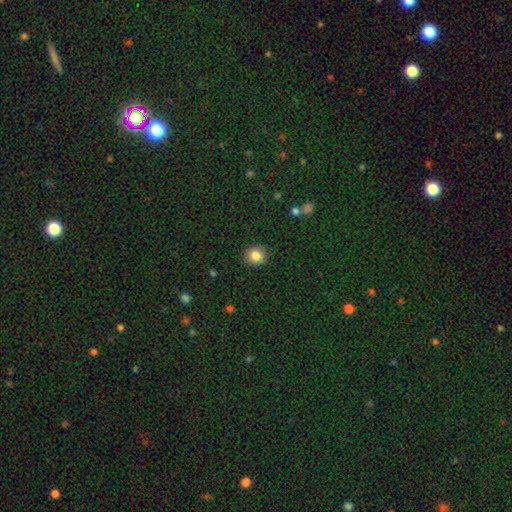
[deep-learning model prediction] A smooth galaxy with no disk features (85%) that is round (82%). Merging: none (89%).